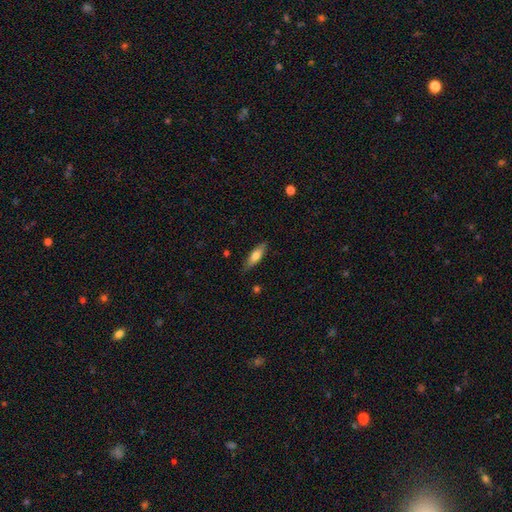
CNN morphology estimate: Q: Smooth or featured?
A: smooth (69%); runner-up: featured or disk (25%)
Q: How rounded?
A: cigar-shaped (50%); runner-up: in between (48%)
Q: Merging?
A: none (84%); runner-up: minor disturbance (13%)